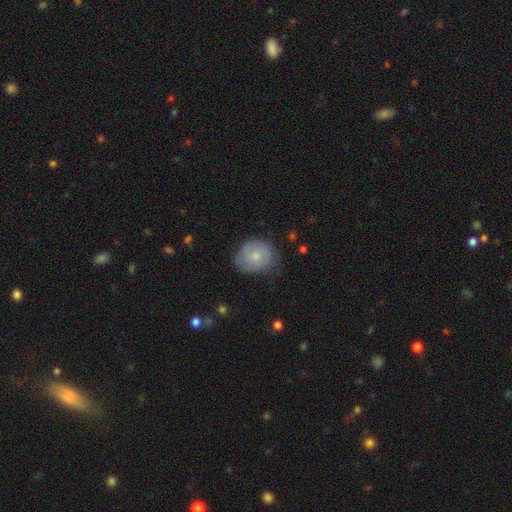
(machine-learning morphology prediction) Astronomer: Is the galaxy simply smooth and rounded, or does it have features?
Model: smooth — 71%.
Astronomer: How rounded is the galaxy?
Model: round — 70%.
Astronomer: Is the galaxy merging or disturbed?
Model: none — 60%.